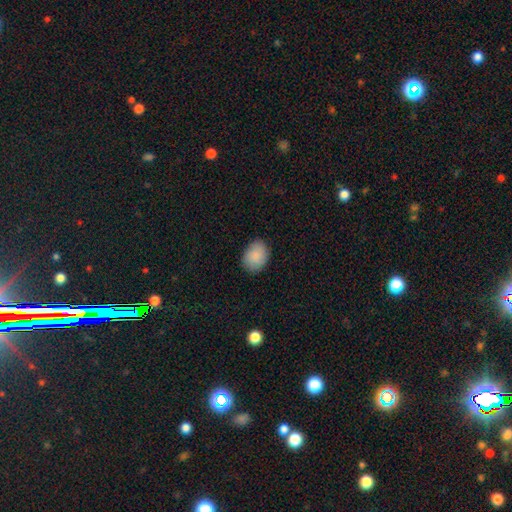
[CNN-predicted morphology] smooth-or-featured: smooth: 87% | star or artifact: 6% | featured or disk: 6%
  how-rounded: in between: 69% | round: 30% | cigar-shaped: 1%
  merging: none: 84% | minor disturbance: 13% | major disturbance: 3% | merger: 1%